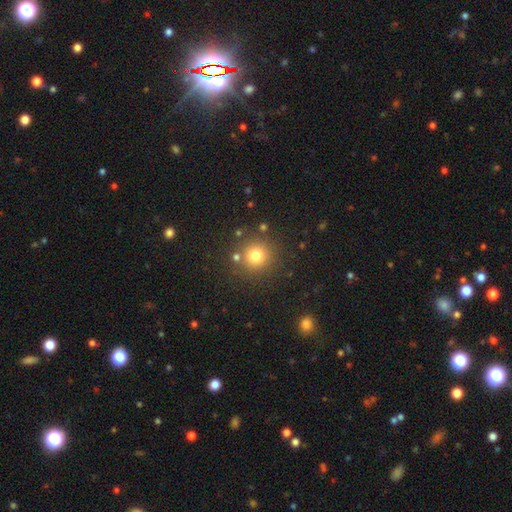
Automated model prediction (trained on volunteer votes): Smooth or featured: smooth — 77% (star or artifact — 15%)
How rounded: round — 94% (in between — 5%)
Merging: none — 83% (minor disturbance — 8%)